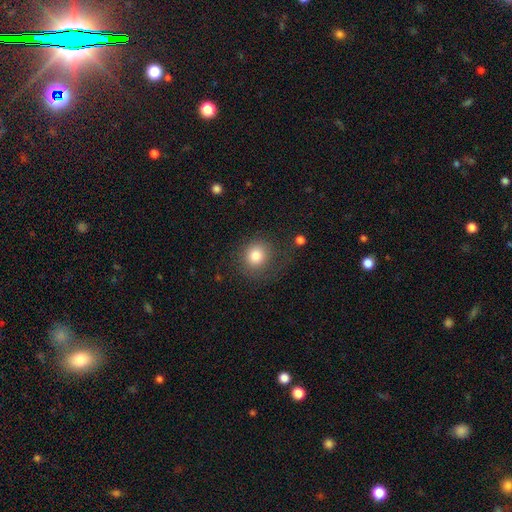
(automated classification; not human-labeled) This is clearly a smooth galaxy (80%). How rounded: clearly round (82%). Merging: likely none (68%).